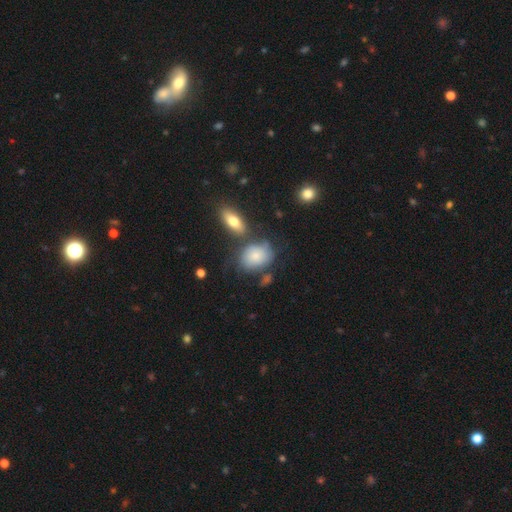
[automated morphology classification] This is likely a smooth galaxy (75%). How rounded: likely in between (70%). Merging: possibly none (52%).